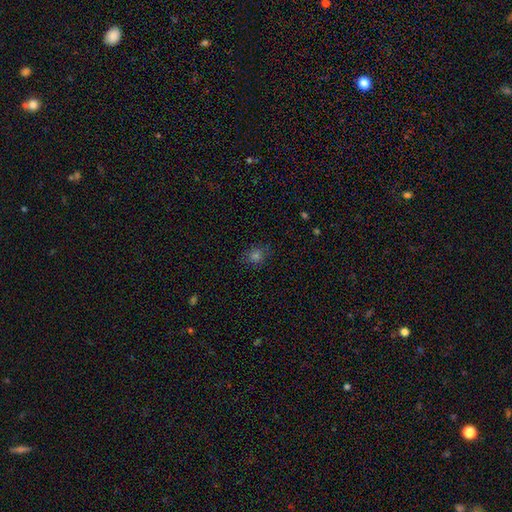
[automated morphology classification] Smooth or featured: smooth — 63% (star or artifact — 27%)
How rounded: round — 66% (in between — 33%)
Merging: none — 82% (minor disturbance — 13%)